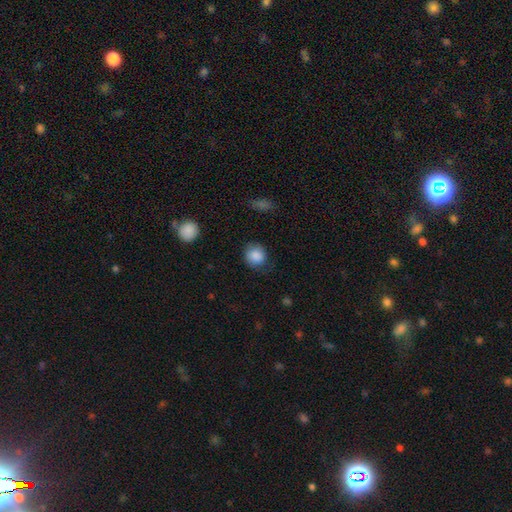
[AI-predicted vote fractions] smooth-or-featured: smooth: 87% | star or artifact: 8% | featured or disk: 5%
  how-rounded: round: 85% | in between: 15% | cigar-shaped: 1%
  merging: none: 76% | minor disturbance: 17% | major disturbance: 5% | merger: 1%